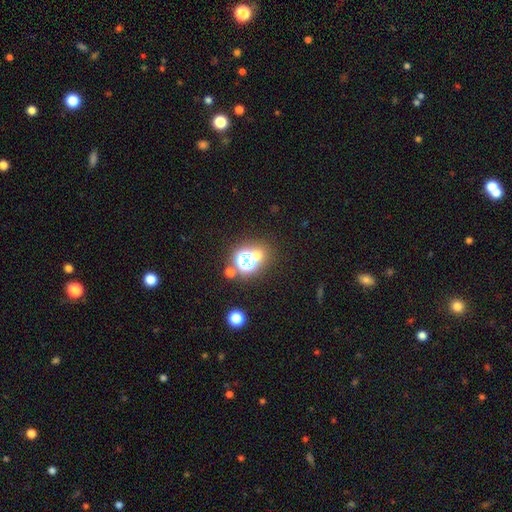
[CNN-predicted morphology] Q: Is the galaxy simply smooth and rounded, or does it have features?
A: star or artifact — 45%.